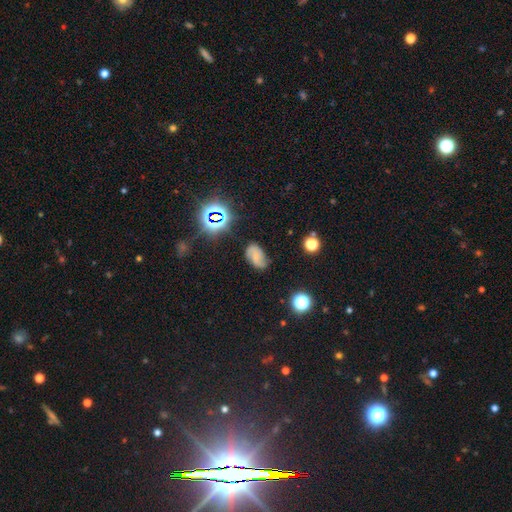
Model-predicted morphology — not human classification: Q: Smooth or featured?
A: featured or disk (43%); runner-up: smooth (39%)
Q: Merging?
A: none (64%); runner-up: minor disturbance (25%)